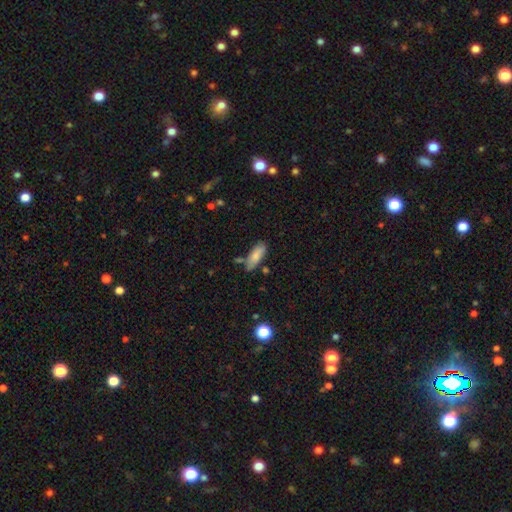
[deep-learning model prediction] Smooth or featured?
  - smooth: 83% *
  - featured or disk: 10%
  - star or artifact: 7%
How rounded?
  - in between: 70% *
  - cigar-shaped: 28%
  - round: 2%
Merging?
  - none: 67% *
  - minor disturbance: 20%
  - merger: 8%
  - major disturbance: 4%